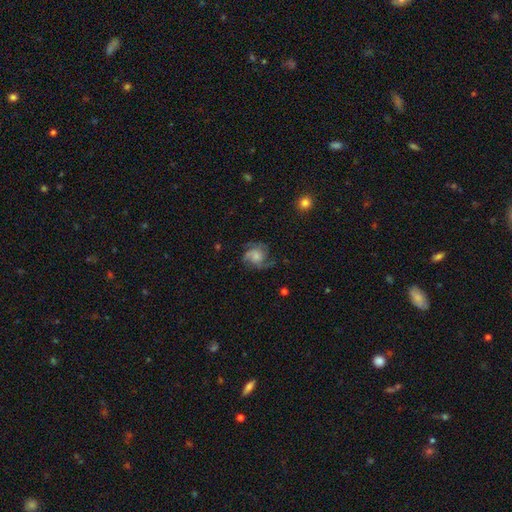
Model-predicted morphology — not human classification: Smooth or featured? featured or disk (79%)
Edge-on disk? no (98%)
Bar? no (73%)
Spiral arms? yes (96%)
Spiral winding? medium (49%)
Spiral arm count? 3 (51%)
Bulge size? moderate (38%)
Merging? none (68%)